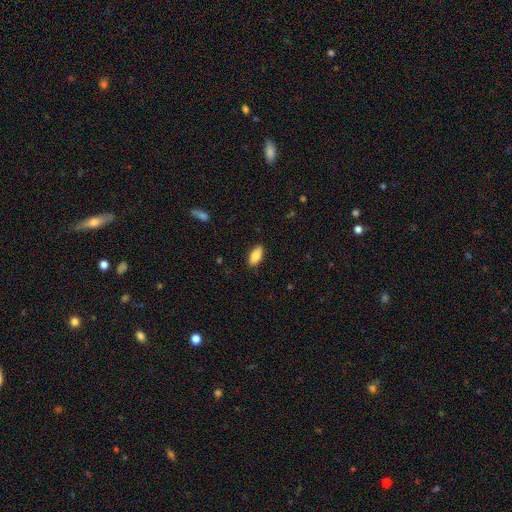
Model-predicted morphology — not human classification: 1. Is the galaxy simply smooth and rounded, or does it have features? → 86% smooth, 8% featured or disk, 7% star or artifact.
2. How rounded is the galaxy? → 88% in between, 10% cigar-shaped, 2% round.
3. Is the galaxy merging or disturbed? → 89% none, 9% minor disturbance, 2% major disturbance, 1% merger.